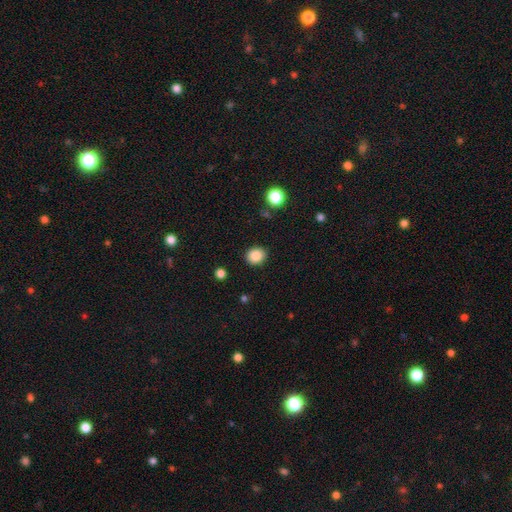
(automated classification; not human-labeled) A smooth galaxy with no disk features (87%) that is round (71%). Merging: none (88%).